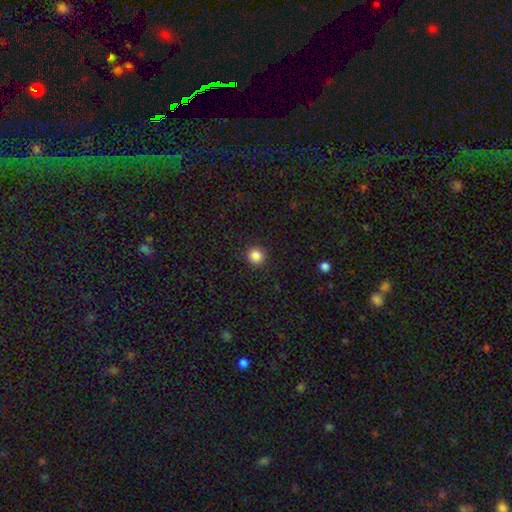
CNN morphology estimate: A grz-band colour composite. It shows a smooth galaxy with no disk features (86%) that is round (93%). Merging: none (93%).